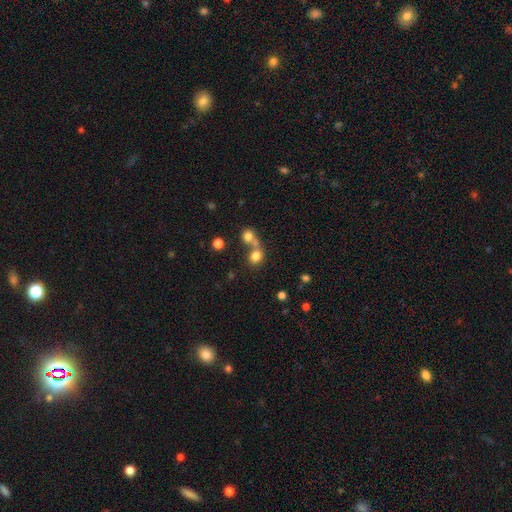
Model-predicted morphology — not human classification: Overall: smooth (78%). How rounded: round (71%). Merging: merger (48%; none 40%).